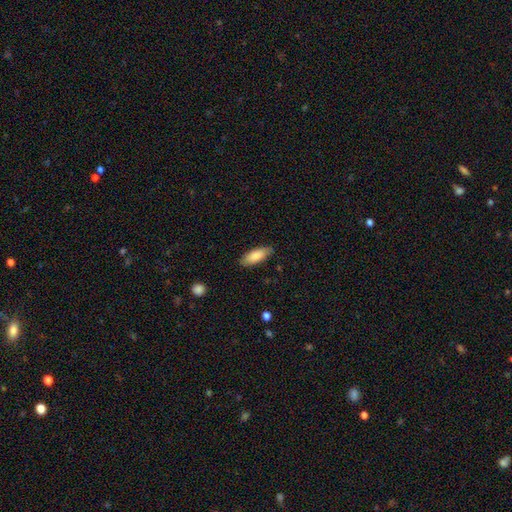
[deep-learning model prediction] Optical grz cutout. It shows a smooth galaxy with no disk features (85%) that is in between round and cigar-shaped (75%). Merging: none (85%).